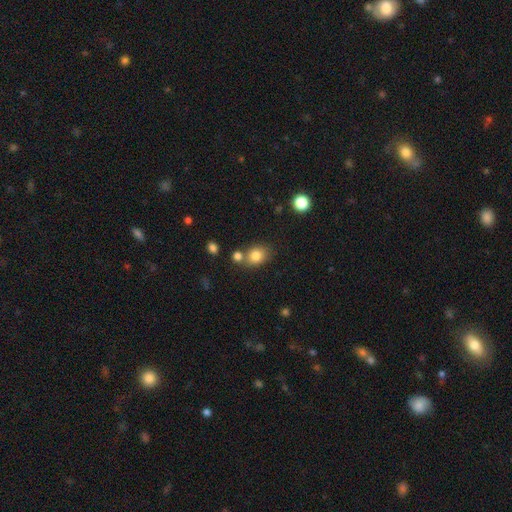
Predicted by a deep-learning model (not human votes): Smooth or featured: smooth — 81% (star or artifact — 11%)
How rounded: round — 54% (in between — 45%)
Merging: none — 62% (merger — 23%)